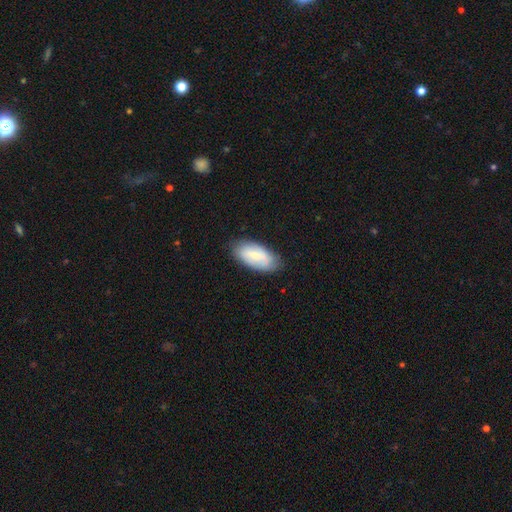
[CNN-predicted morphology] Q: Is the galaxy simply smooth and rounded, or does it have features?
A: smooth — 60%.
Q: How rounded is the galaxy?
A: in between — 93%.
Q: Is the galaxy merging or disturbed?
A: none — 78%.